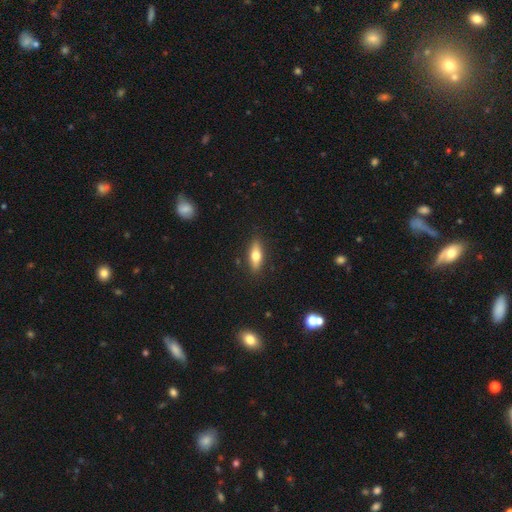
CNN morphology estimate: This is likely a smooth galaxy (62%). How rounded: possibly in between (59%). Merging: clearly none (87%).